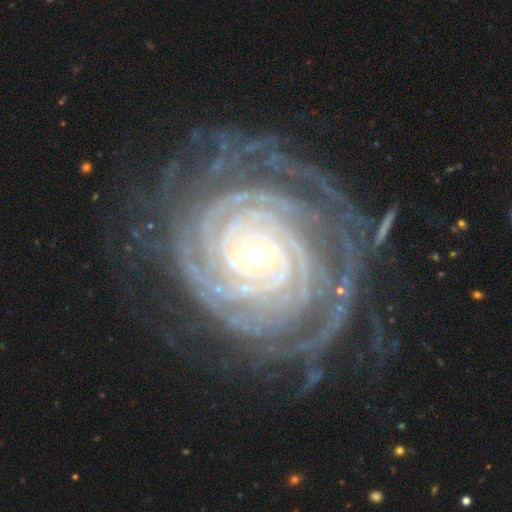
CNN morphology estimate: This appears to be a featured or disk galaxy (92%) with a weak bar (37%), more than 4 (24%) tight (89%) spiral arms (99%) and a moderate central bulge (50%). Merging: none (74%).